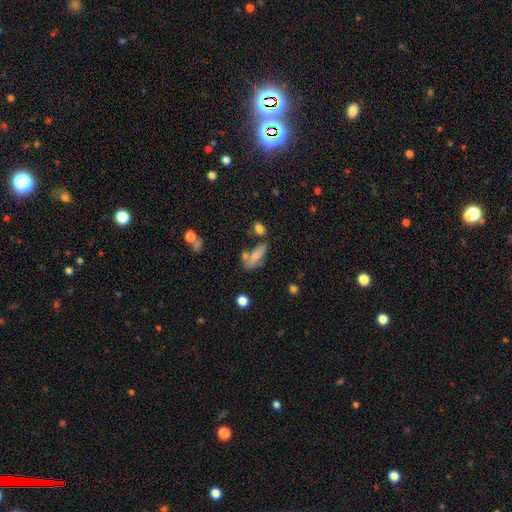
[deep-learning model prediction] Smooth or featured? Predicted: smooth (p=0.72). How rounded? Predicted: in between (p=0.68). Merging? Predicted: none (p=0.49).